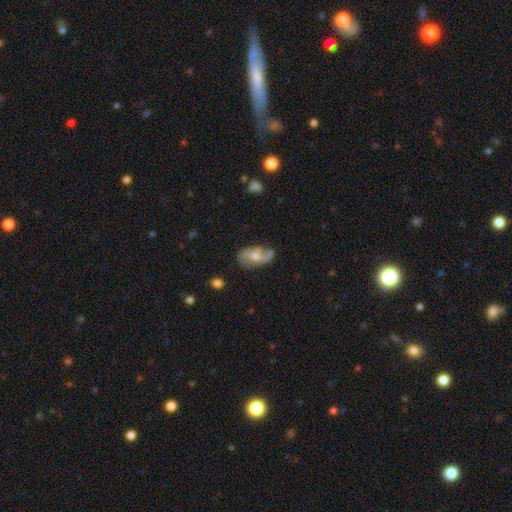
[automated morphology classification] smooth_or_featured: featured or disk (p=0.58) [alt: smooth p=0.34]
disk_edge_on: no (p=0.91) [alt: yes p=0.09]
bar: no (p=0.65) [alt: weak p=0.27]
has_spiral_arms: yes (p=0.74) [alt: no p=0.26]
bulge_size: moderate (p=0.69) [alt: small p=0.22]
merging: none (p=0.62) [alt: minor disturbance p=0.26]